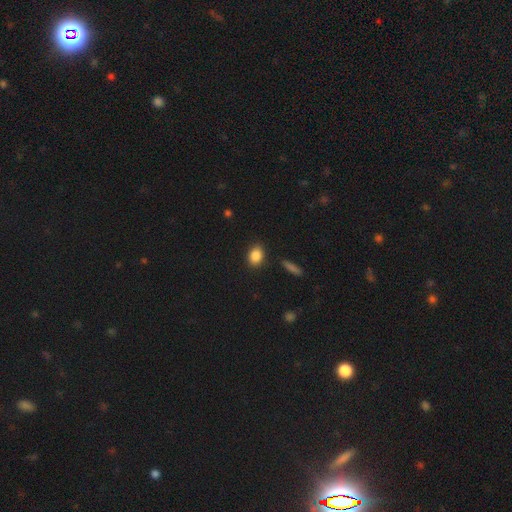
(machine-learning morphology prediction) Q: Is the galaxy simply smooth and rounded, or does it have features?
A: smooth — 87%.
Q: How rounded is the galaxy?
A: in between — 62%.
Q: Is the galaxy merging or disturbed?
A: none — 87%.